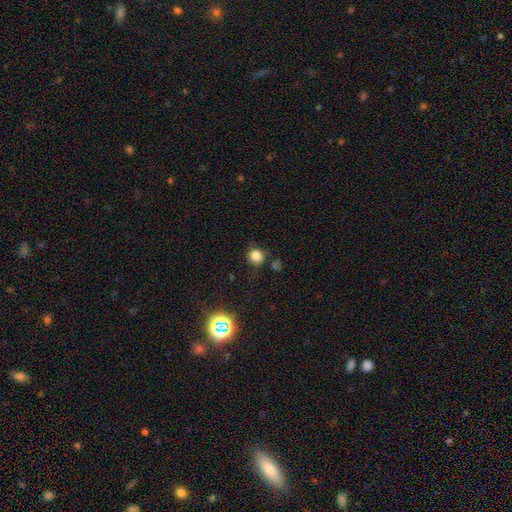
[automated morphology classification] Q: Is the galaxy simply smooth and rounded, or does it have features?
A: smooth — 79%.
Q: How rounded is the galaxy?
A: round — 89%.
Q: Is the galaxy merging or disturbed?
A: none — 74%.